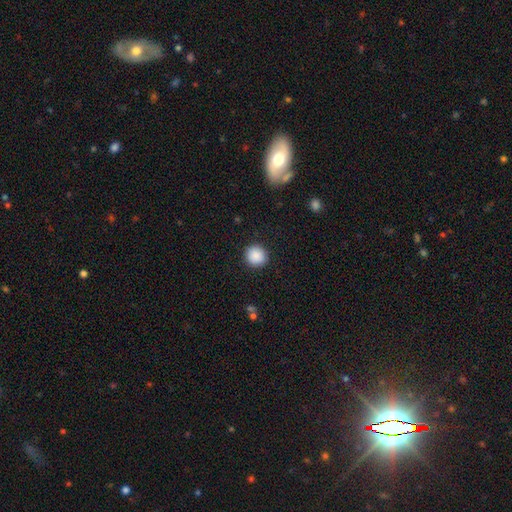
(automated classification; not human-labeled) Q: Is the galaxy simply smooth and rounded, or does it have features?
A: smooth — 89%.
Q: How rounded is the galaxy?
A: round — 91%.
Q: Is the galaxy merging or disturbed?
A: none — 91%.